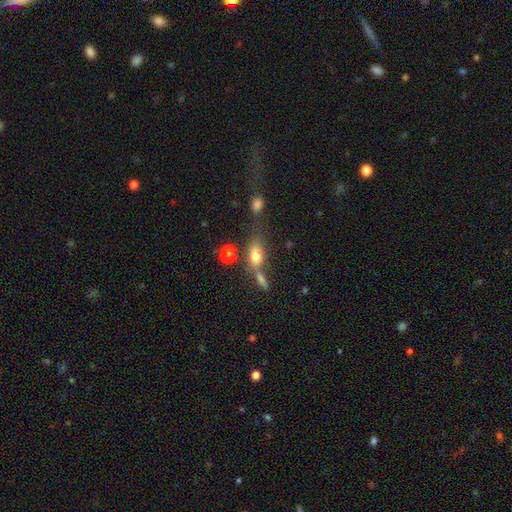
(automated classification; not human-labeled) Morphology: type=smooth (73%); roundness=in between (77%); merging=none (47%).